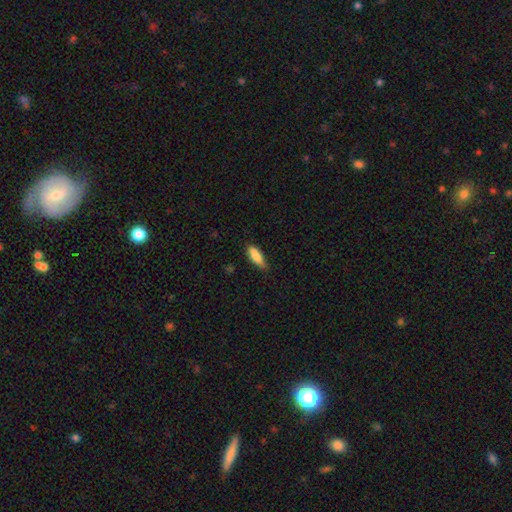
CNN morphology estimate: Smooth or featured? Predicted: smooth (p=0.84). How rounded? Predicted: in between (p=0.61). Merging? Predicted: none (p=0.73).